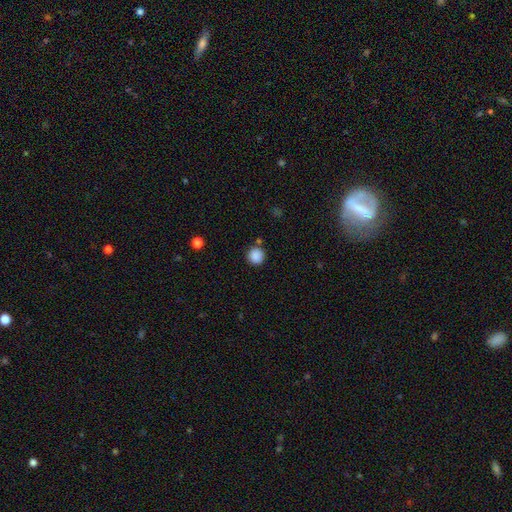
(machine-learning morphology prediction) smooth-or-featured: smooth: 88% | star or artifact: 9% | featured or disk: 3%
  how-rounded: round: 94% | in between: 5% | cigar-shaped: 1%
  merging: none: 83% | minor disturbance: 9% | merger: 5% | major disturbance: 3%